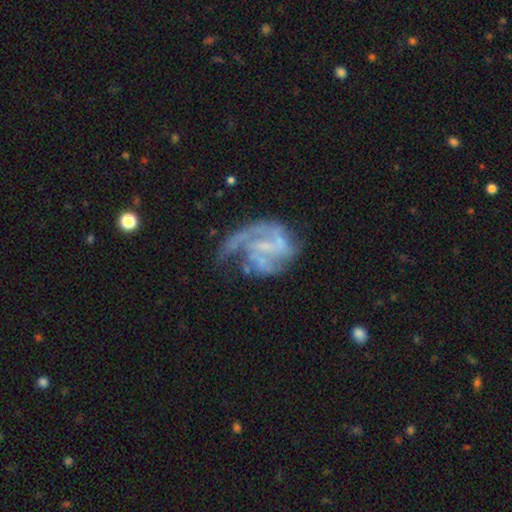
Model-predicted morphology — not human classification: A featured or disk galaxy (75%) with no bar (48%), 2 (30%) medium (44%) spiral arms (89%) and a small central bulge (61%).

Vote fractions:
- Smooth or featured? featured or disk: 75% / star or artifact: 15% / smooth: 10%
- Edge-on disk? no: 97% / yes: 3%
- Bar? no: 48% / weak: 36% / strong: 16%
- Spiral arms? yes: 89% / no: 11%
- Spiral winding? medium: 44% / tight: 37% / loose: 20%
- Spiral arm count? 2: 30% / 3: 23% / can't tell: 23% / 1: 10% / 4: 7% / more than 4: 7%
- Bulge size? small: 61% / none: 23% / moderate: 13% / large: 2% / dominant: 1%
- Merging? none: 46% / major disturbance: 27% / minor disturbance: 20% / merger: 6%